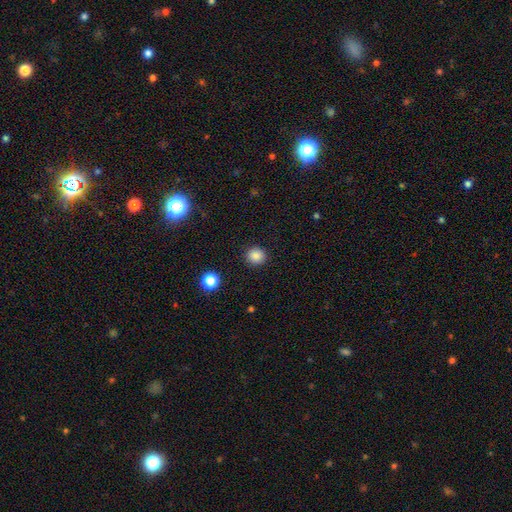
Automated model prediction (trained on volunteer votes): The model was most divided on "smooth or featured": smooth: 85%, star or artifact: 11%, featured or disk: 3%. More confident: merging — none (91%); how rounded — round (91%).